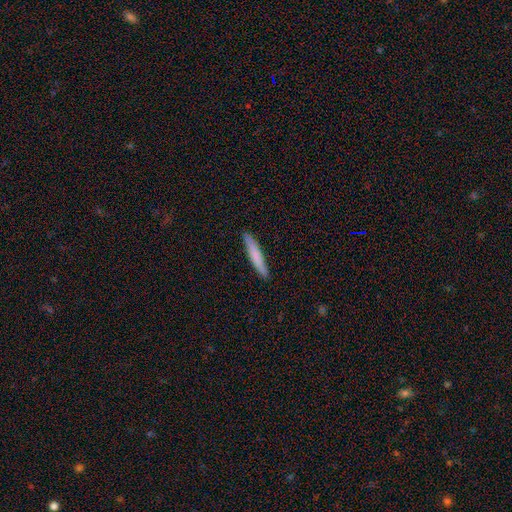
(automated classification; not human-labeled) This is likely a smooth galaxy (75%). How rounded: clearly cigar-shaped (94%). Merging: clearly none (91%).